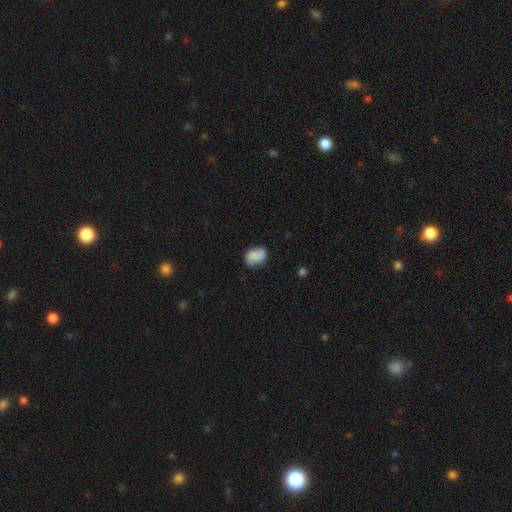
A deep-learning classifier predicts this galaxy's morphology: Smooth or featured? smooth (77%)
How rounded? in between (70%)
Merging? none (66%)